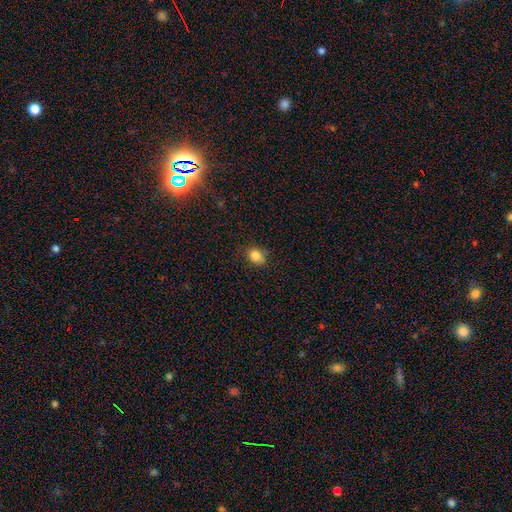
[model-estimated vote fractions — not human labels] This appears to be a smooth galaxy with no disk features (83%) that is round (56%). Merging: none (76%).